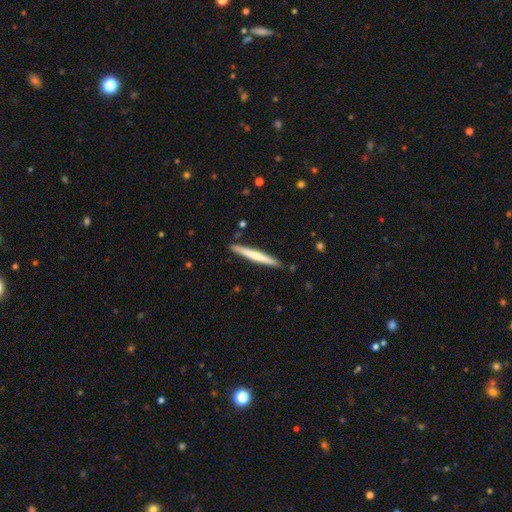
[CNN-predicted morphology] smooth 58%, featured or disk 37%, star or artifact 5%. Down the decision tree: how rounded — cigar-shaped (97%); merging — none (88%).